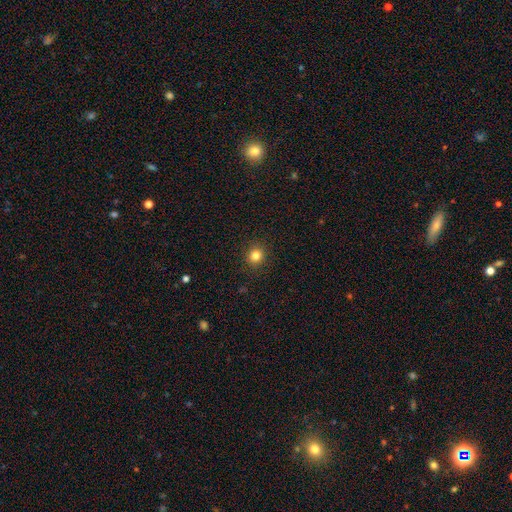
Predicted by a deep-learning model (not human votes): Smooth or featured?
  - smooth: 82% *
  - star or artifact: 13%
  - featured or disk: 5%
How rounded?
  - round: 87% *
  - in between: 12%
  - cigar-shaped: 1%
Merging?
  - none: 91% *
  - minor disturbance: 6%
  - major disturbance: 2%
  - merger: 1%